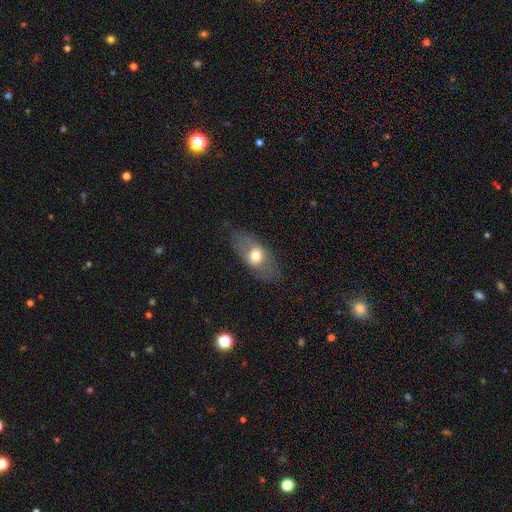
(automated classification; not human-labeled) A smooth galaxy with no disk features (57%) that is in between round and cigar-shaped (83%). Merging: none (73%).